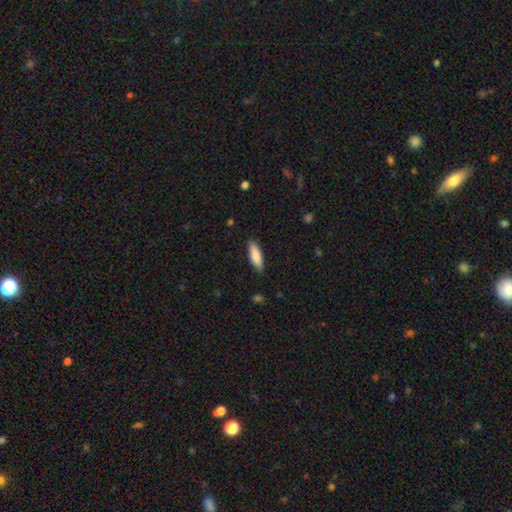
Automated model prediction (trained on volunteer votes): Q: Smooth or featured?
A: smooth (83%); runner-up: featured or disk (12%)
Q: How rounded?
A: in between (50%); runner-up: cigar-shaped (49%)
Q: Merging?
A: none (87%); runner-up: minor disturbance (10%)